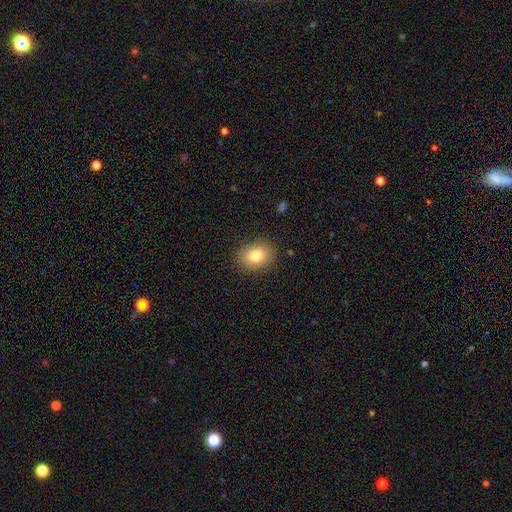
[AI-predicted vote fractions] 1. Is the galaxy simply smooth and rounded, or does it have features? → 81% smooth, 9% star or artifact, 9% featured or disk.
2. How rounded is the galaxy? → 54% in between, 45% round, 1% cigar-shaped.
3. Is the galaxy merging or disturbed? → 87% none, 9% minor disturbance, 3% major disturbance, 1% merger.